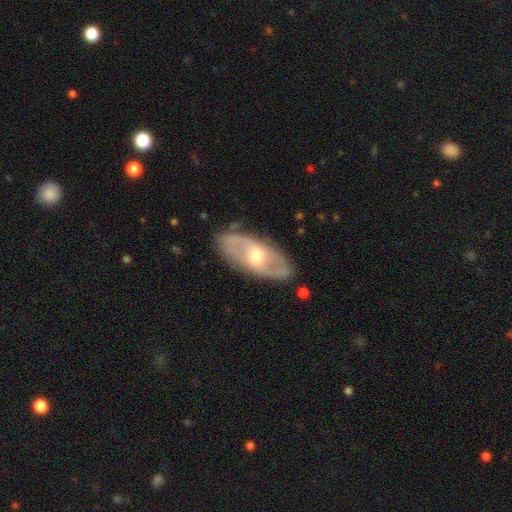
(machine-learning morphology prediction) This appears to be a featured or disk galaxy (71%) with no bar (47%), spiral arms (67%) and a moderate central bulge (63%). Merging: none (83%).